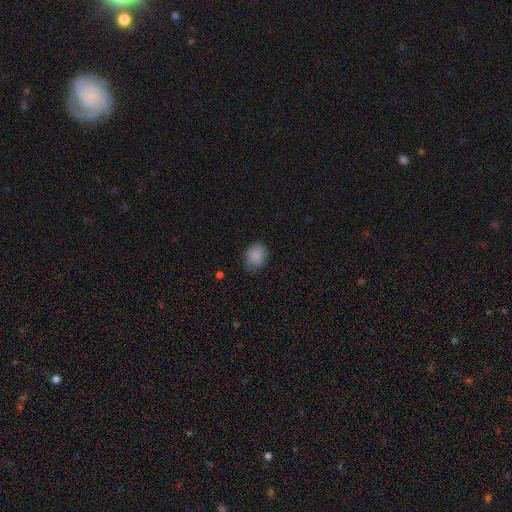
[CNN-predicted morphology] smooth_or_featured: smooth (p=0.85) [alt: star or artifact p=0.08]
how_rounded: round (p=0.51) [alt: in between p=0.48]
merging: none (p=0.69) [alt: minor disturbance p=0.25]